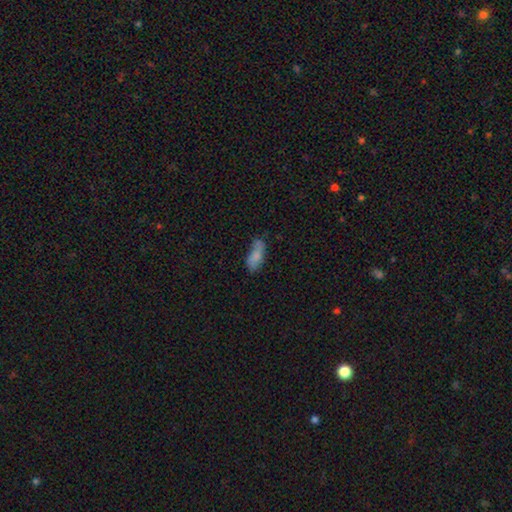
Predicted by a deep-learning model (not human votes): Smooth or featured? smooth (75%)
How rounded? in between (75%)
Merging? none (53%)